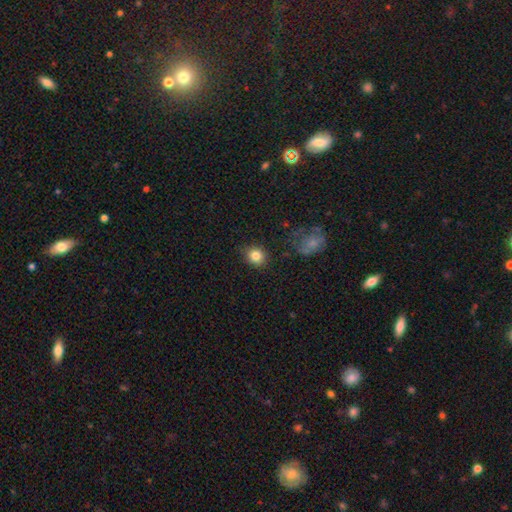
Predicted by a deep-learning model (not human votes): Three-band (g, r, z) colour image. It shows a smooth galaxy with no disk features (84%) that is round (79%). Merging: none (84%).